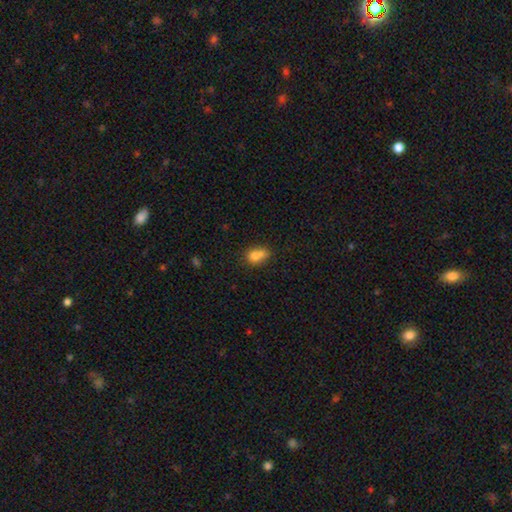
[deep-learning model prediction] Morphology: type=smooth (73%); roundness=in between (51%); merging=merger (43%).